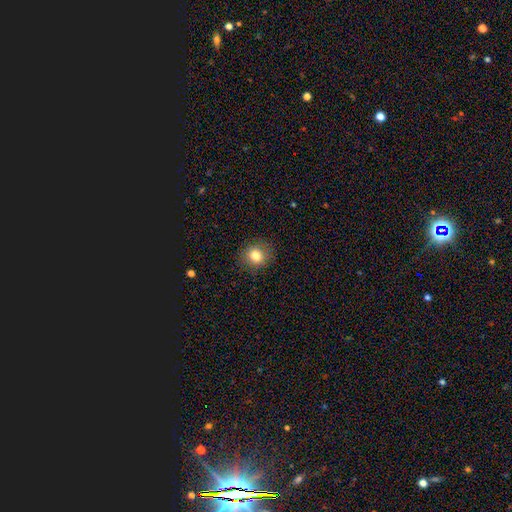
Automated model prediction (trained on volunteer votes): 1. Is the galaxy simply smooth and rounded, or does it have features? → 81% smooth, 11% star or artifact, 8% featured or disk.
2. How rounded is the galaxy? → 78% round, 21% in between, 1% cigar-shaped.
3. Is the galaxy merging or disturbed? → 87% none, 9% minor disturbance, 3% major disturbance, 1% merger.